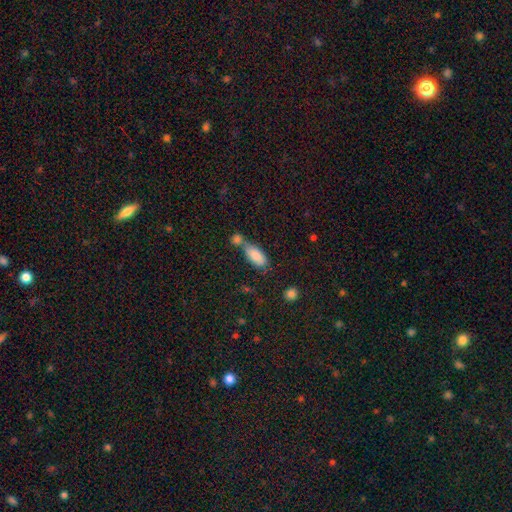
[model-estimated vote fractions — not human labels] The model was most divided on "merging" (2-way tie): none: 39%, merger: 39%, minor disturbance: 16%, major disturbance: 6%. More confident: how rounded — in between (85%); smooth or featured — smooth (82%).